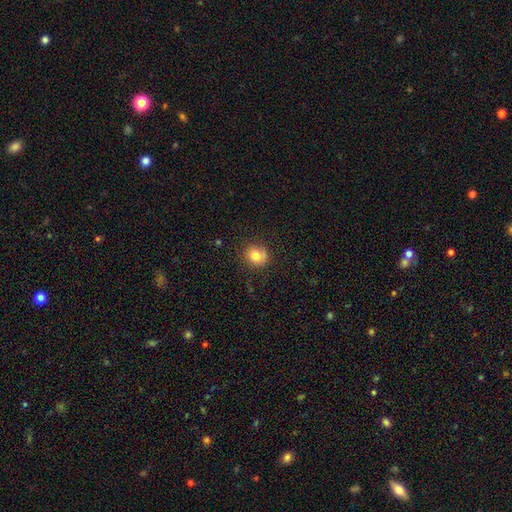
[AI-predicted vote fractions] This is likely a smooth galaxy (79%). How rounded: clearly round (81%). Merging: clearly none (80%).